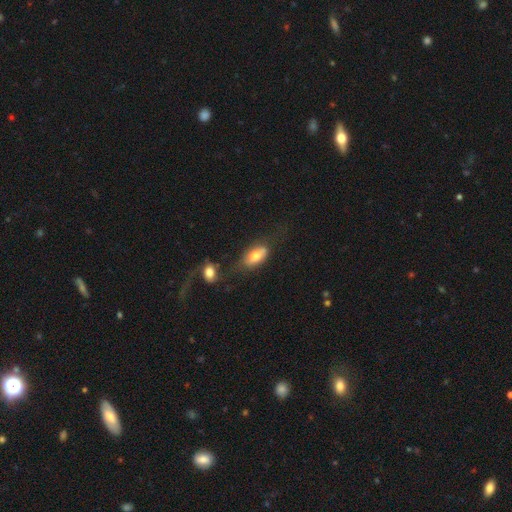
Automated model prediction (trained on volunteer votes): smooth_or_featured: smooth (p=0.70) [alt: featured or disk p=0.23]
how_rounded: in between (p=0.87) [alt: cigar-shaped p=0.07]
merging: none (p=0.52) [alt: minor disturbance p=0.21]